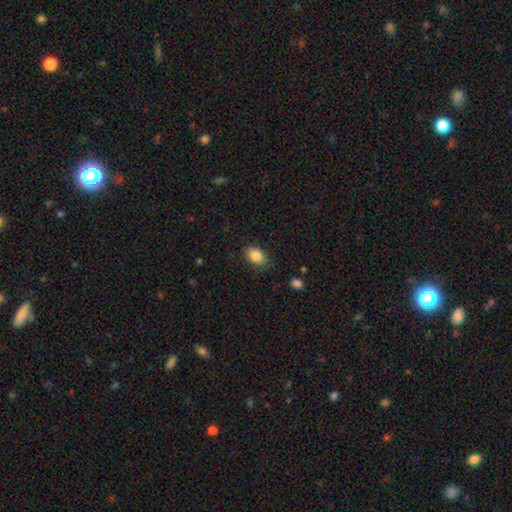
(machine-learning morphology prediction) Smooth or featured? Predicted: smooth (p=0.86). How rounded? Predicted: in between (p=0.80). Merging? Predicted: none (p=0.82).